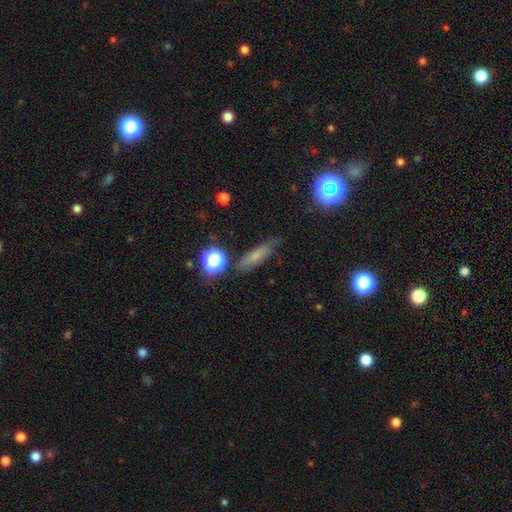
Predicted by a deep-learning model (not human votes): Overall: smooth (63%). How rounded: cigar-shaped (62%; in between 31%). Merging: none (71%).